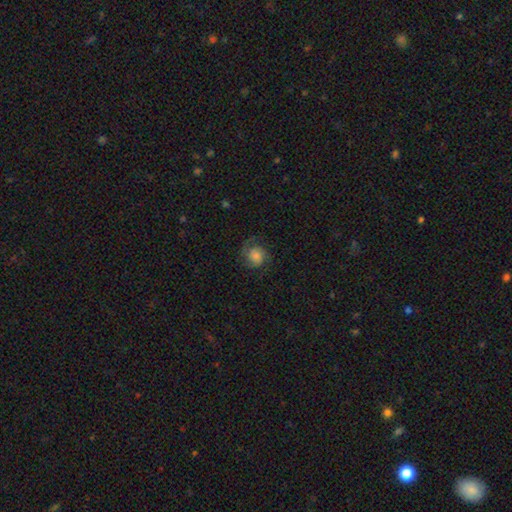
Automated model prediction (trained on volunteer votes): This appears to be a featured or disk galaxy (52%) with no bar (72%), spiral arms (91%) and a small central bulge (30%). Merging: none (70%).